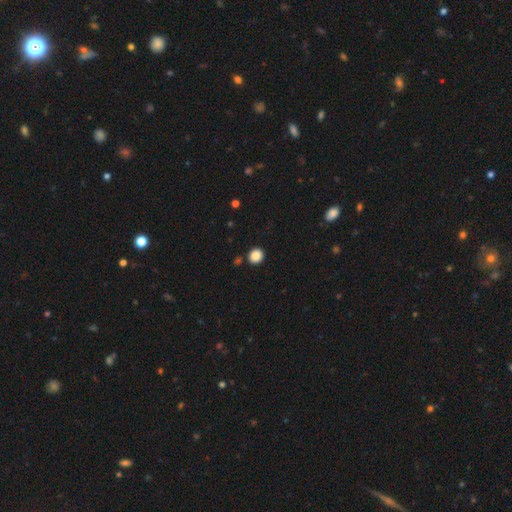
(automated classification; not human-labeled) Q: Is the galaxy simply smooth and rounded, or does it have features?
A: smooth — 87%.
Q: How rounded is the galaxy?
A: round — 81%.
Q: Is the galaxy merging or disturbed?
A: none — 88%.